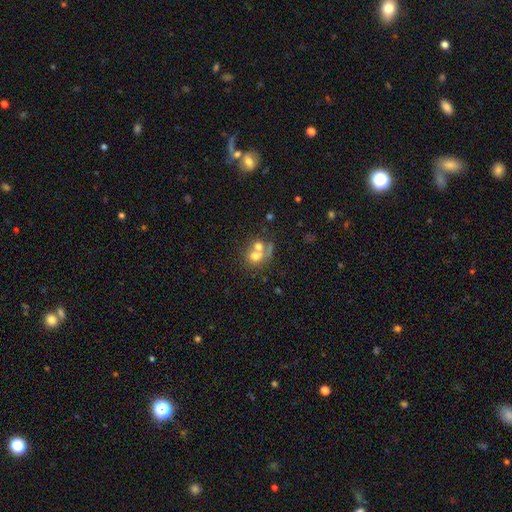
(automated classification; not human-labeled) A smooth galaxy with no disk features (62%) that is round (72%).

Vote fractions:
- Smooth or featured? smooth: 62% / featured or disk: 24% / star or artifact: 14%
- How rounded? round: 72% / in between: 27% / cigar-shaped: 1%
- Merging? merger: 56% / none: 30% / minor disturbance: 7% / major disturbance: 6%